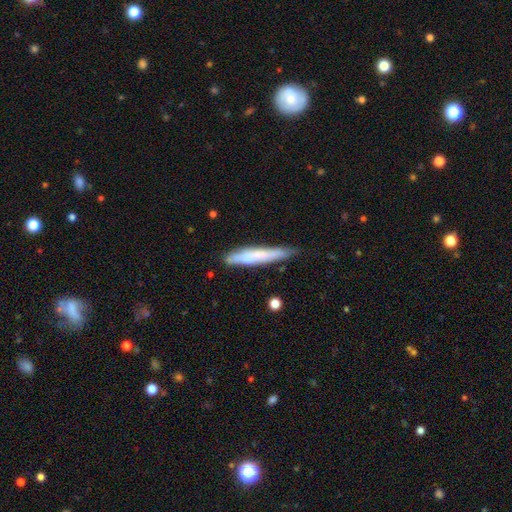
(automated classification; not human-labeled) smooth-or-featured: smooth: 58% | featured or disk: 35% | star or artifact: 7%
  how-rounded: cigar-shaped: 92% | in between: 6% | round: 1%
  merging: none: 71% | minor disturbance: 22% | major disturbance: 4% | merger: 2%